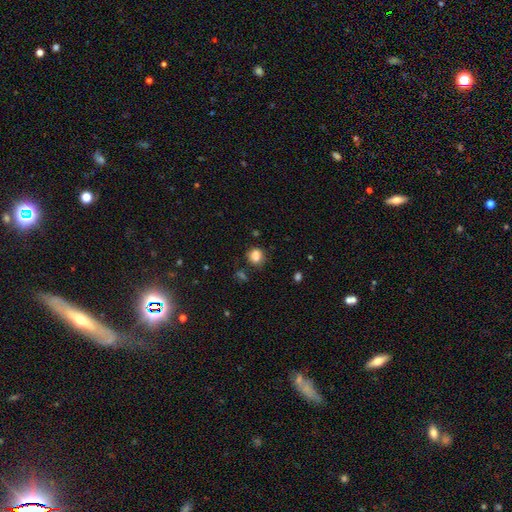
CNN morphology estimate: A smooth galaxy with no disk features (83%) that is round (61%). Merging: none (70%).